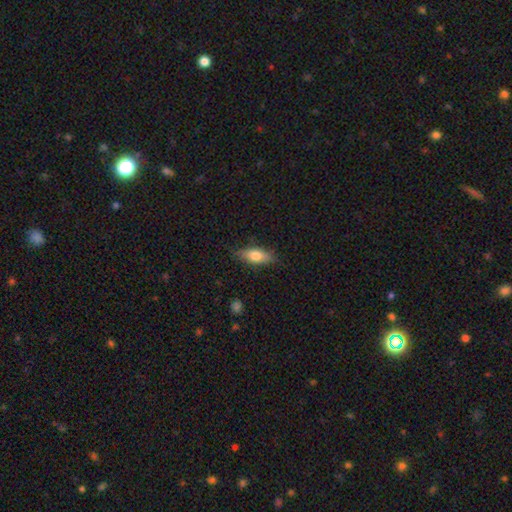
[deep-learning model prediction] Smooth or featured?
  - smooth: 72% *
  - featured or disk: 22%
  - star or artifact: 7%
How rounded?
  - in between: 68% *
  - cigar-shaped: 29%
  - round: 3%
Merging?
  - none: 83% *
  - minor disturbance: 13%
  - major disturbance: 3%
  - merger: 1%